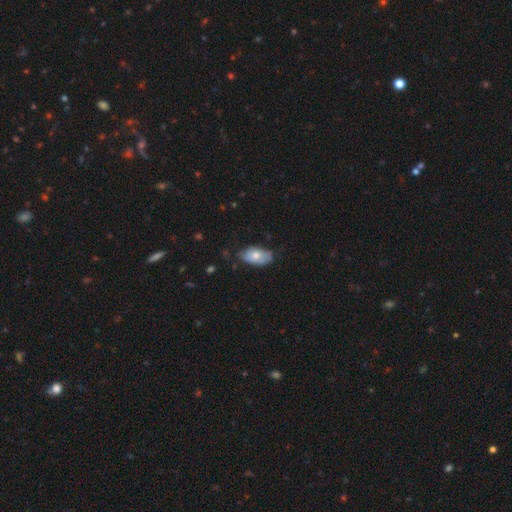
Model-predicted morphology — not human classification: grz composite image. It shows a smooth galaxy with no disk features (71%) that is in between round and cigar-shaped (93%). Merging: none (62%).